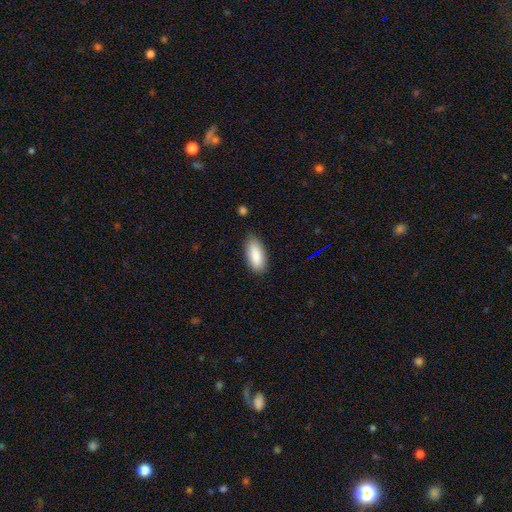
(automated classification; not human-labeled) Smooth or featured? smooth (87%)
How rounded? in between (85%)
Merging? none (81%)